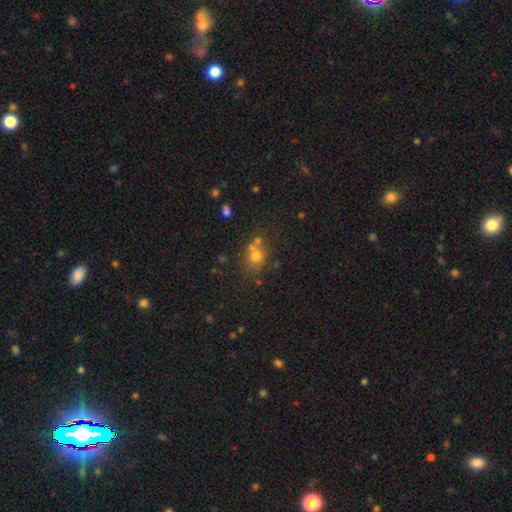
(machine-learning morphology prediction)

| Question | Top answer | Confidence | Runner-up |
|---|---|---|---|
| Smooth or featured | smooth | 65% | star or artifact (19%) |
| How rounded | round | 70% | in between (29%) |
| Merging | none | 56% | merger (26%) |